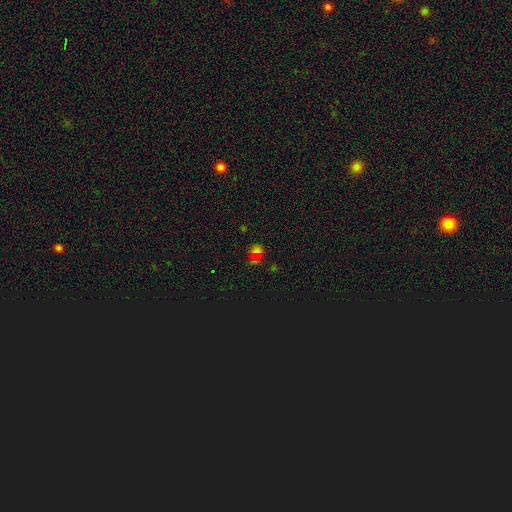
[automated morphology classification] Smooth or featured? Predicted: star or artifact (p=0.56).